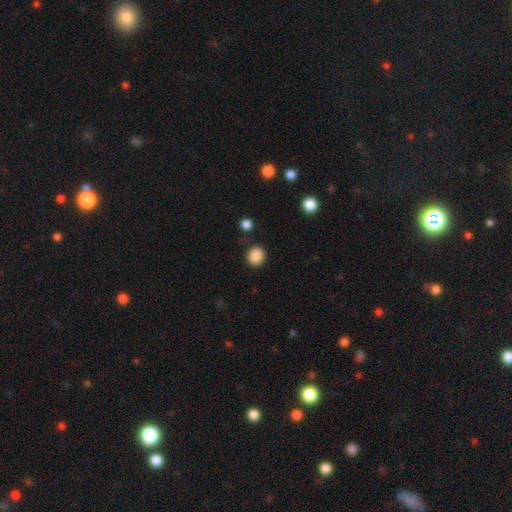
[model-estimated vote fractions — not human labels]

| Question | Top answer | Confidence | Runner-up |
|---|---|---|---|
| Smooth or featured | smooth | 88% | star or artifact (9%) |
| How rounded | round | 76% | in between (23%) |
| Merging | none | 83% | minor disturbance (11%) |